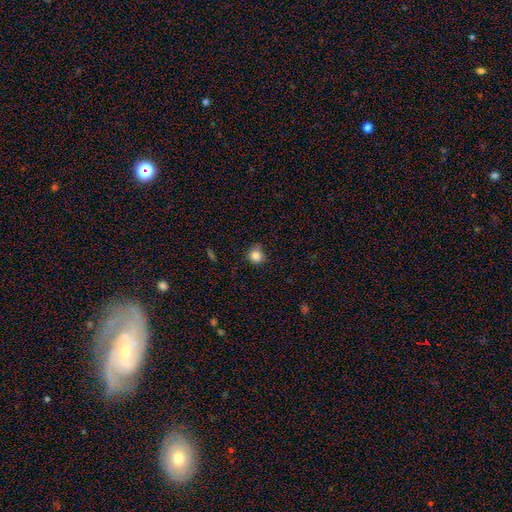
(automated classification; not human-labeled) This is clearly a smooth galaxy (83%). How rounded: clearly round (85%). Merging: likely none (74%).